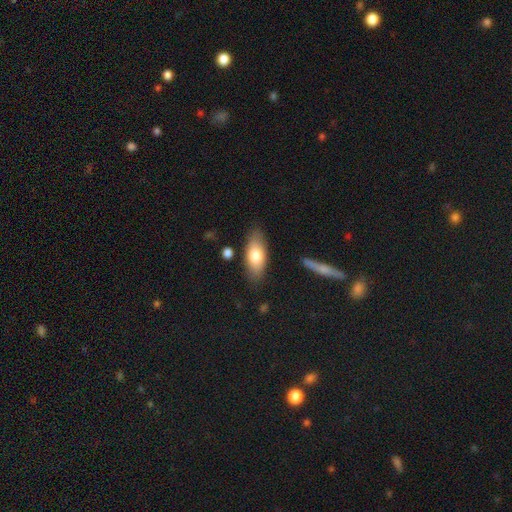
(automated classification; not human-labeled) Overall: smooth (75%). How rounded: in between (80%). Merging: none (82%).